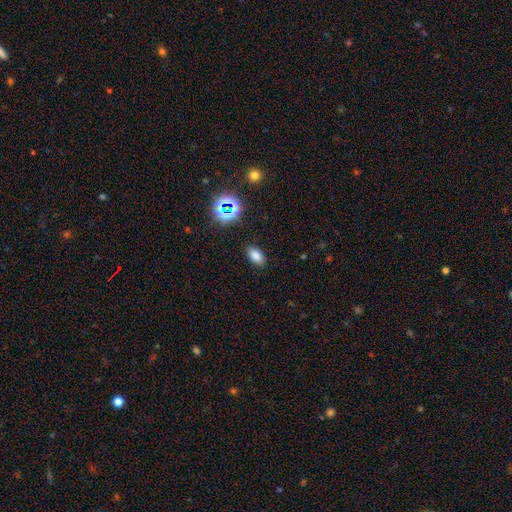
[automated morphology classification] type=smooth (77%); roundness=in between (90%); merging=none (87%).